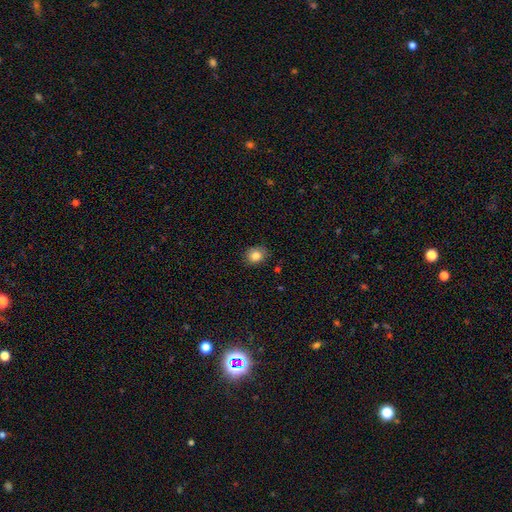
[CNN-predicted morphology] A smooth galaxy with no disk features (84%) that is round (60%). Merging: none (84%).